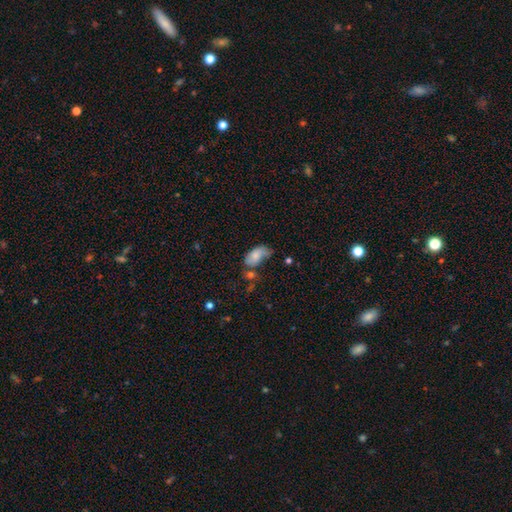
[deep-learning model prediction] Overall: smooth (72%). How rounded: in between (92%). Merging: minor disturbance (34%; none 32%).